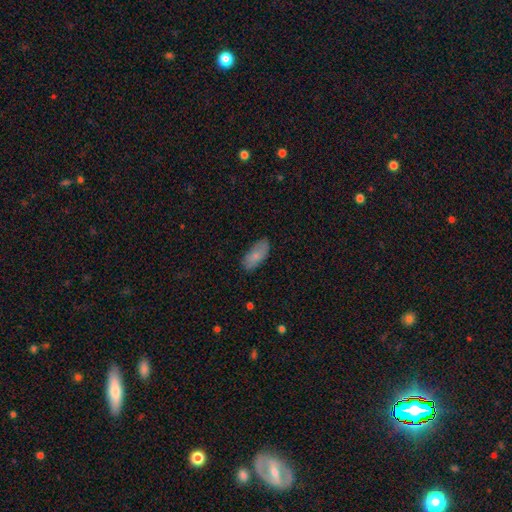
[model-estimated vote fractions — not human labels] Overall: smooth (78%). How rounded: in between (87%). Merging: none (80%).